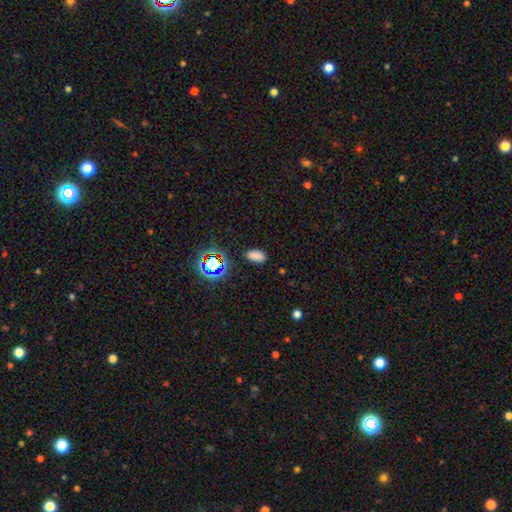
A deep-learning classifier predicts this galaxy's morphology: Smooth or featured: smooth — 76% (star or artifact — 19%)
How rounded: in between — 91% (round — 5%)
Merging: none — 85% (minor disturbance — 10%)